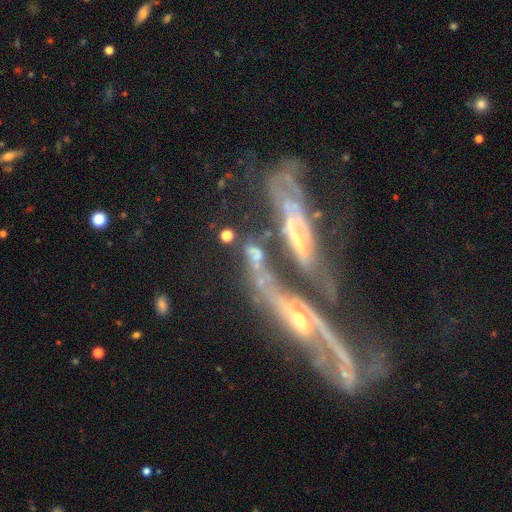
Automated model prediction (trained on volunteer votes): smooth_or_featured: featured or disk (p=0.59) [alt: smooth p=0.26]
disk_edge_on: no (p=0.63) [alt: yes p=0.37]
merging: merger (p=0.49) [alt: none p=0.22]